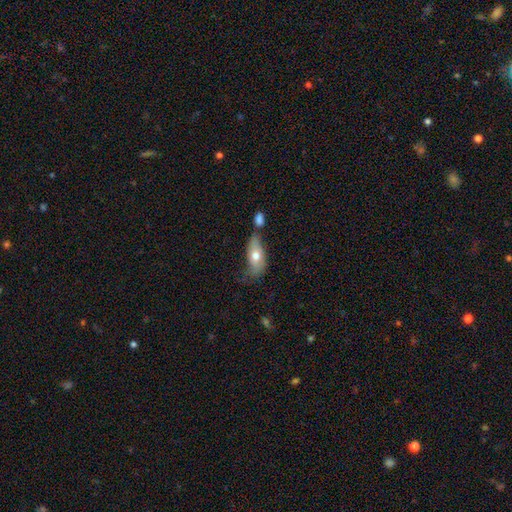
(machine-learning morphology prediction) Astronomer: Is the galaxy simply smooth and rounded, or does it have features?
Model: smooth — 63%.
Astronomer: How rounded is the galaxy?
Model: in between — 83%.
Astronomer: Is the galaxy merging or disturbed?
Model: none — 43% (runner-up: minor disturbance, 26%).